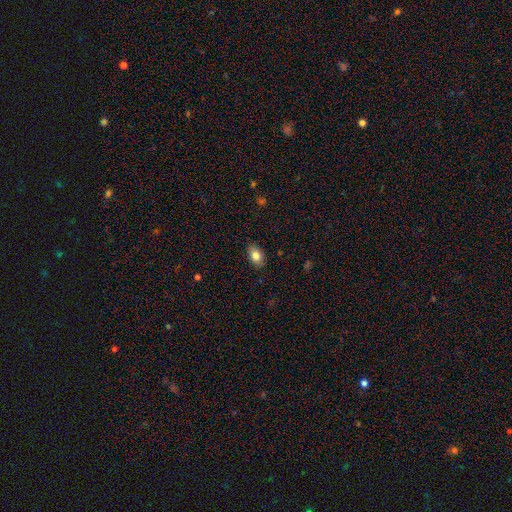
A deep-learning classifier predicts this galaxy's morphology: smooth-or-featured: smooth: 81% | featured or disk: 11% | star or artifact: 8%
  how-rounded: in between: 88% | round: 10% | cigar-shaped: 2%
  merging: none: 87% | minor disturbance: 10% | major disturbance: 2% | merger: 1%